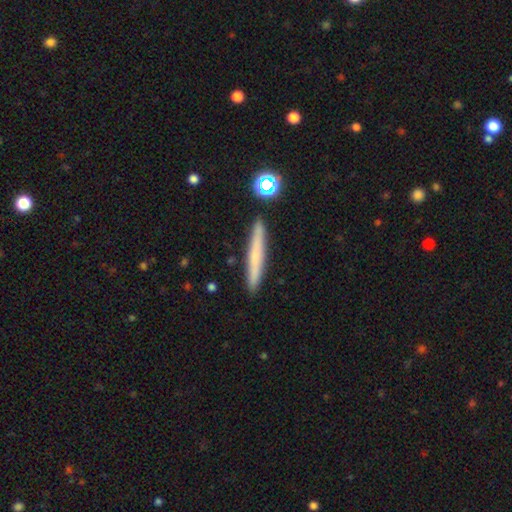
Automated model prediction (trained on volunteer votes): A smooth galaxy with no disk features (60%) that is cigar-shaped (95%). Merging: none (89%).